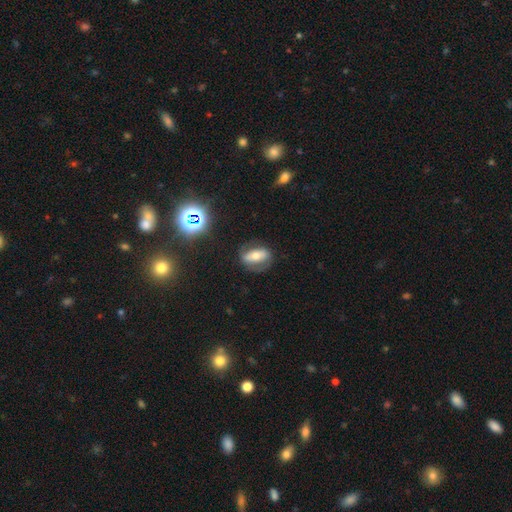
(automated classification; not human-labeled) The model was most divided on "smooth or featured": featured or disk: 48%, smooth: 40%, star or artifact: 12%. More confident: merging — none (73%).